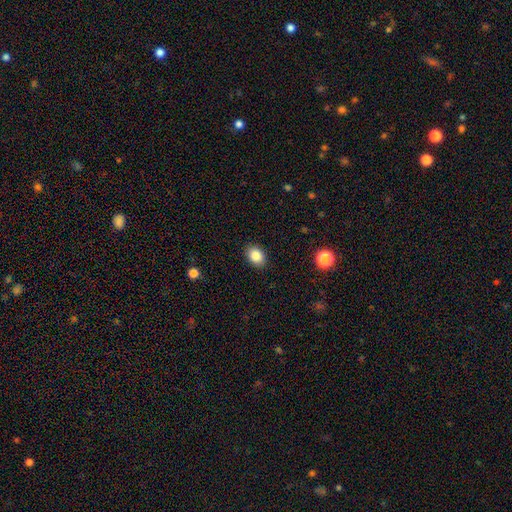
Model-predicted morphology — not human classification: smooth 86%, star or artifact 9%, featured or disk 6%. Down the decision tree: how rounded — in between (70%); merging — none (89%).